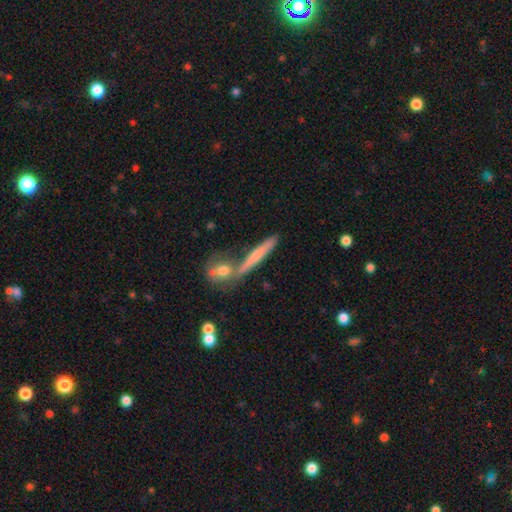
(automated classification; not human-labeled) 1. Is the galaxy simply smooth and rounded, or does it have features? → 47% smooth, 44% featured or disk, 9% star or artifact.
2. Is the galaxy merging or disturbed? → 69% none, 17% merger, 10% minor disturbance, 4% major disturbance.